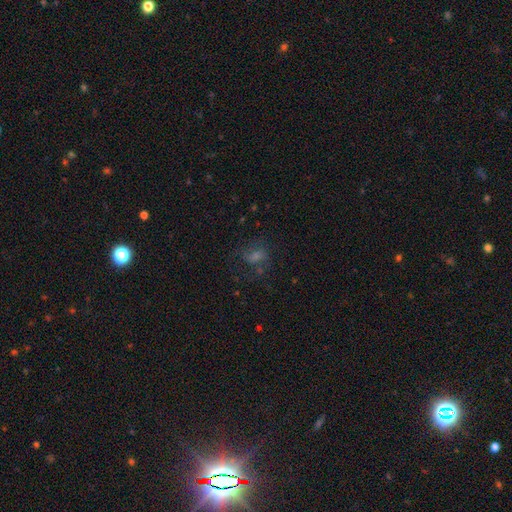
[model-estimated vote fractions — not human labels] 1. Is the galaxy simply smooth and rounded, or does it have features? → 36% smooth, 33% featured or disk, 31% star or artifact.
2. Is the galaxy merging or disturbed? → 59% none, 20% major disturbance, 18% minor disturbance, 3% merger.